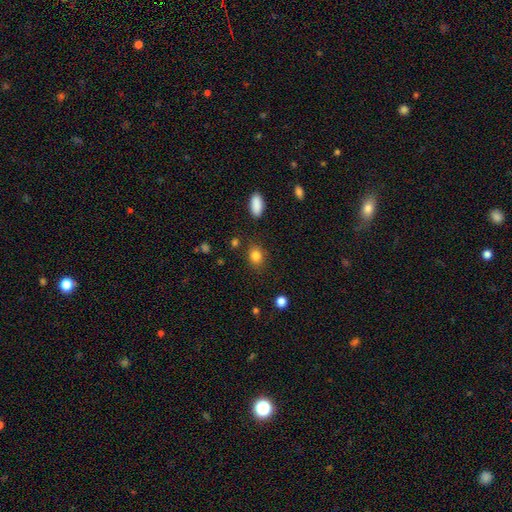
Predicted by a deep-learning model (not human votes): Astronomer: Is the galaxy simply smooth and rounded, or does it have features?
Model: smooth — 84%.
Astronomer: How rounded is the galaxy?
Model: in between — 52% (runner-up: round, 46%).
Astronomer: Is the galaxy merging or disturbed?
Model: none — 80%.